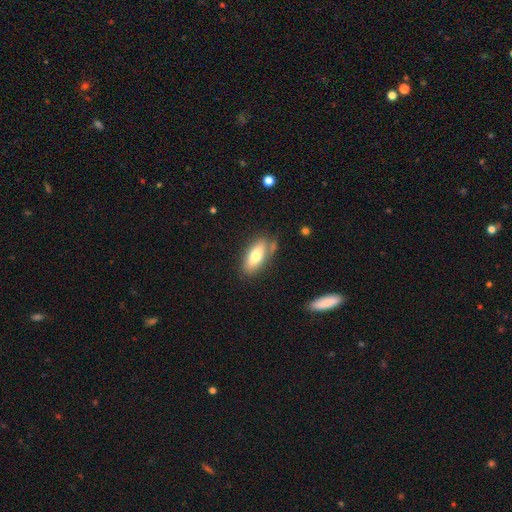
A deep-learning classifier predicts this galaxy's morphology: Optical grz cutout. It shows a smooth galaxy with no disk features (72%) that is in between round and cigar-shaped (79%). Merging: none (71%).